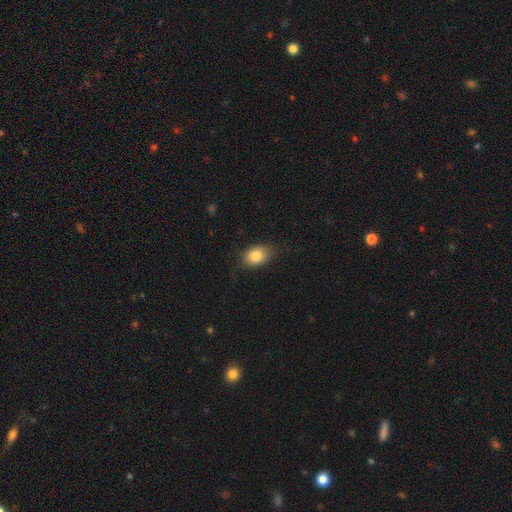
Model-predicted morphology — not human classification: Smooth or featured?
  - smooth: 83% *
  - star or artifact: 8%
  - featured or disk: 8%
How rounded?
  - in between: 76% *
  - round: 23%
  - cigar-shaped: 1%
Merging?
  - none: 77% *
  - minor disturbance: 18%
  - major disturbance: 4%
  - merger: 1%